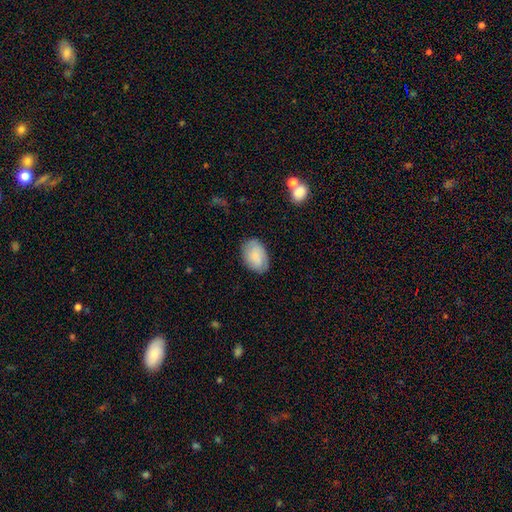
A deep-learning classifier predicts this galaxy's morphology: Q: Smooth or featured?
A: smooth (77%); runner-up: featured or disk (16%)
Q: How rounded?
A: in between (89%); runner-up: round (9%)
Q: Merging?
A: none (80%); runner-up: minor disturbance (15%)